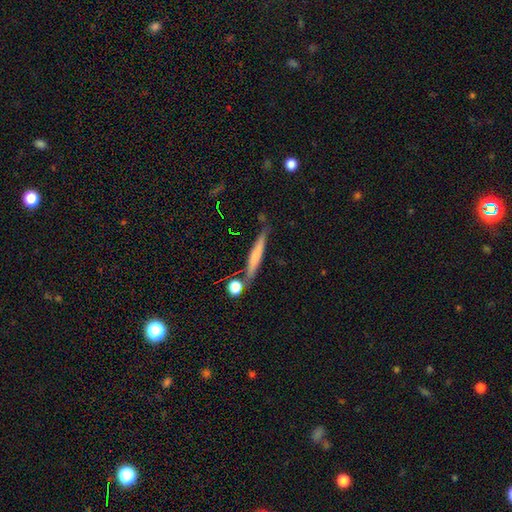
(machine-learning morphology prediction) The model was most divided on "smooth or featured": smooth: 57%, featured or disk: 36%, star or artifact: 7%. More confident: how rounded — cigar-shaped (93%); merging — none (77%).